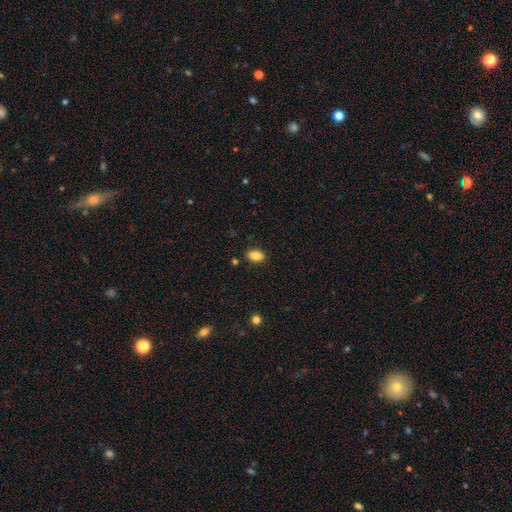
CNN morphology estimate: Overall: smooth (85%). How rounded: in between (86%). Merging: none (87%).